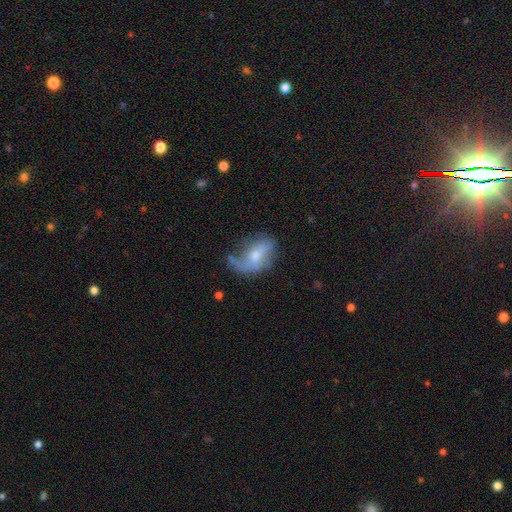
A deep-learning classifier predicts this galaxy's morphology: This is possibly a featured or disk galaxy (53%). It is clearly not viewed edge-on (94%). Merging: marginally none (36%).